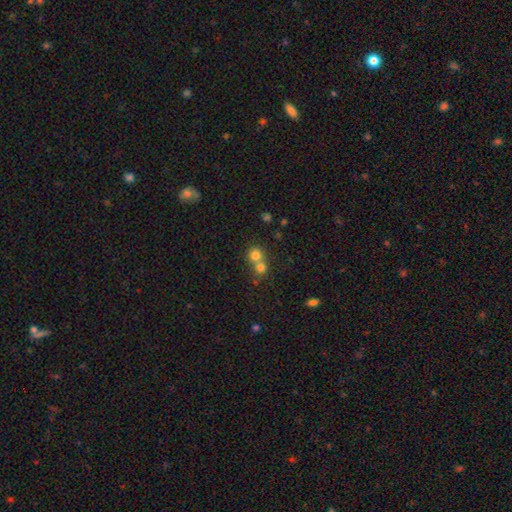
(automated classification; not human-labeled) smooth 76%, star or artifact 15%, featured or disk 10%. Down the decision tree: how rounded — round (88%); merging — merger (50%).